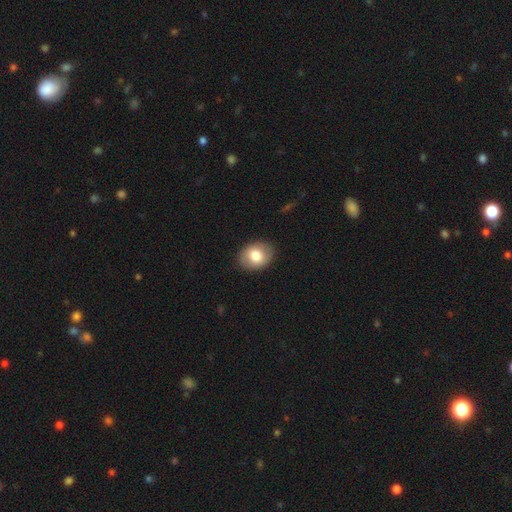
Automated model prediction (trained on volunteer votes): Smooth or featured? smooth (77%)
How rounded? in between (60%)
Merging? none (87%)